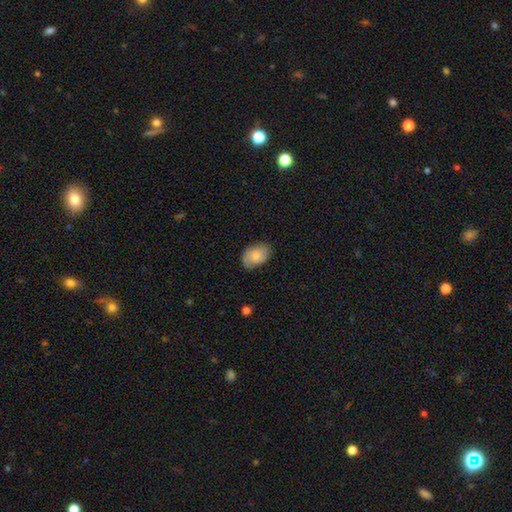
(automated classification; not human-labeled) Smooth or featured? Predicted: smooth (p=0.71). How rounded? Predicted: in between (p=0.85). Merging? Predicted: none (p=0.74).